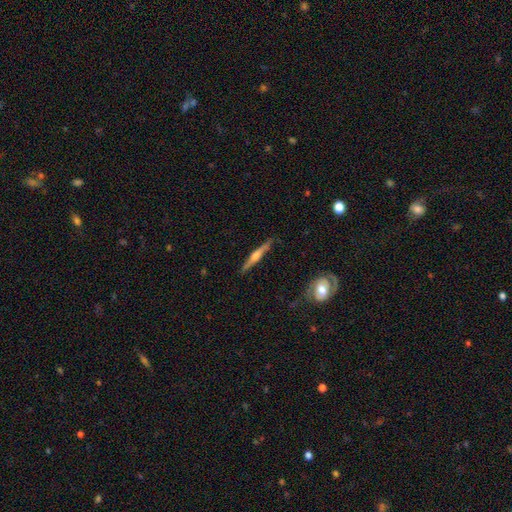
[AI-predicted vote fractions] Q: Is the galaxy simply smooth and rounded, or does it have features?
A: featured or disk — 72%.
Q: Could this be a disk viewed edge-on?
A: yes — 97%.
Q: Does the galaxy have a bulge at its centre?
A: rounded — 85%.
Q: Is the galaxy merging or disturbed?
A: none — 86%.